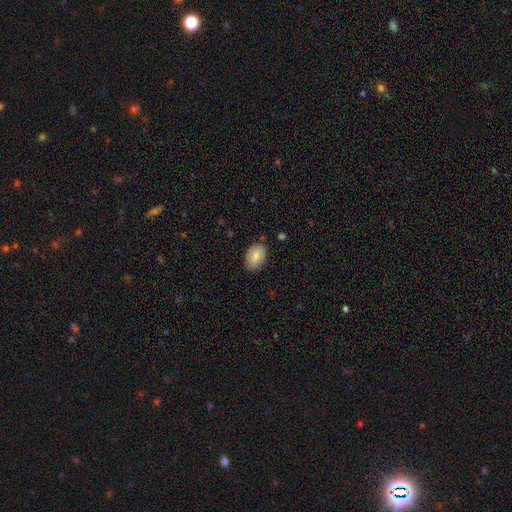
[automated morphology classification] Overall: smooth (81%). How rounded: in between (87%). Merging: none (82%).